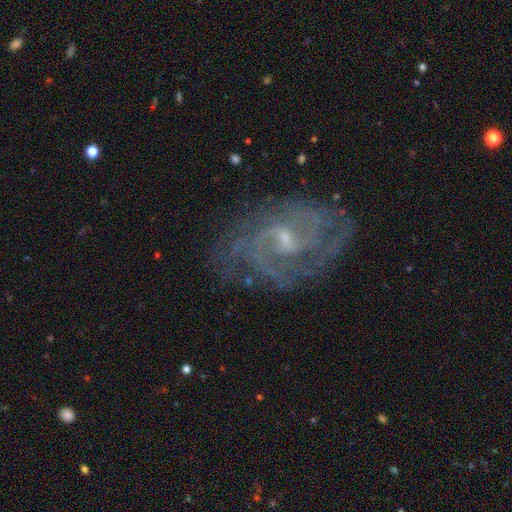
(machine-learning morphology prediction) Smooth or featured: featured or disk — 82% (star or artifact — 11%)
Edge-on disk: no — 97% (yes — 3%)
Bar: weak — 51% (no — 36%)
Spiral arms: yes — 96% (no — 4%)
Spiral winding: tight — 57% (medium — 34%)
Spiral arm count: can't tell — 29% (2 — 28%)
Bulge size: small — 56% (moderate — 36%)
Merging: none — 79% (minor disturbance — 14%)